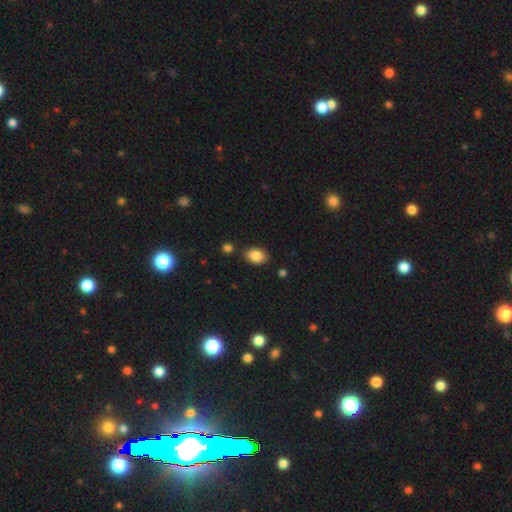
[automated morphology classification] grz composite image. It shows a smooth galaxy with no disk features (86%) that is in between round and cigar-shaped (83%). Merging: none (81%).